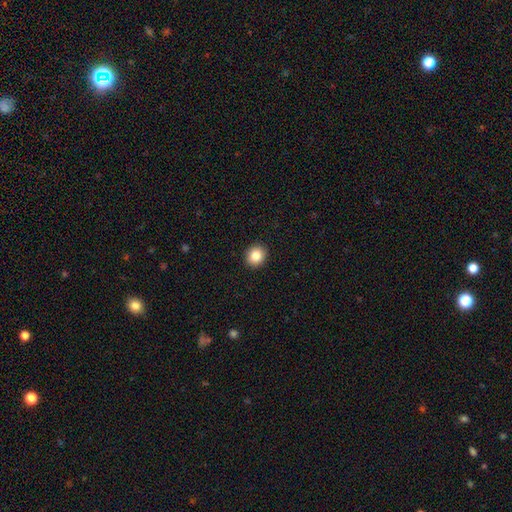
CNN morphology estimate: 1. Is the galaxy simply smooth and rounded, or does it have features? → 85% smooth, 10% star or artifact, 5% featured or disk.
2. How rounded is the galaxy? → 79% round, 20% in between, 1% cigar-shaped.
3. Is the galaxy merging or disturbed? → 92% none, 5% minor disturbance, 2% major disturbance, 1% merger.